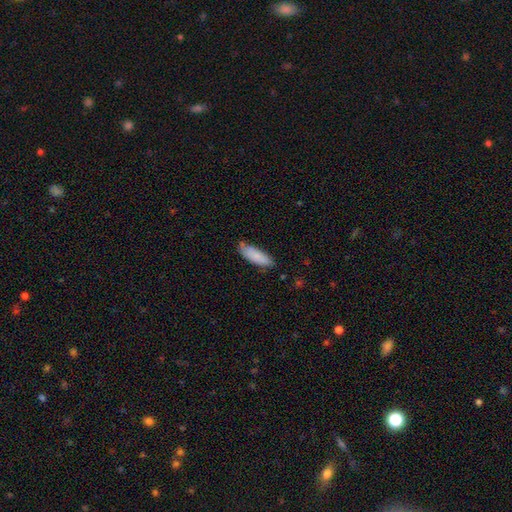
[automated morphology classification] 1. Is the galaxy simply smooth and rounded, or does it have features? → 85% smooth, 10% featured or disk, 6% star or artifact.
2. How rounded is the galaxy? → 62% in between, 36% cigar-shaped, 1% round.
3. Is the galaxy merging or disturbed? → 73% none, 21% minor disturbance, 3% major disturbance, 2% merger.